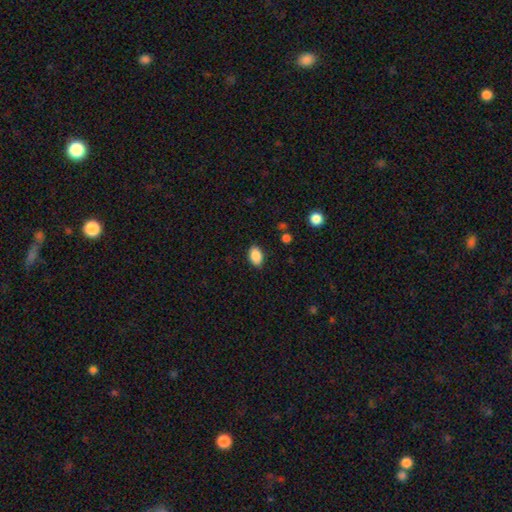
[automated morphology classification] Overall: smooth (88%). How rounded: in between (88%). Merging: none (86%).